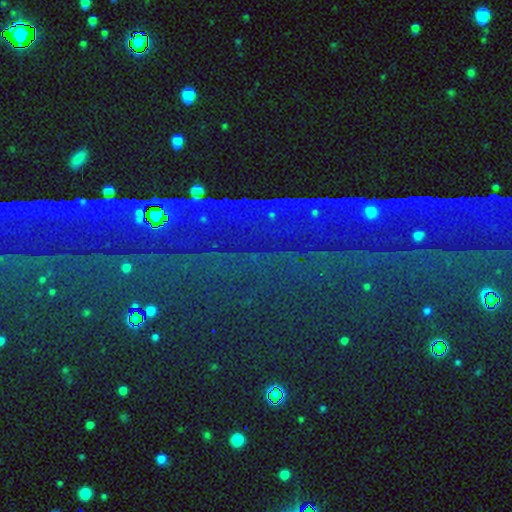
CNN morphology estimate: Smooth or featured? Predicted: star or artifact (p=0.83).